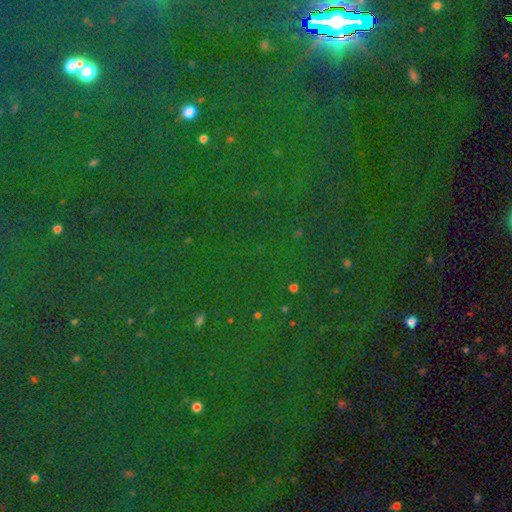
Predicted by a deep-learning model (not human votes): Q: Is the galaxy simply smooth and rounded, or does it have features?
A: star or artifact — 80%.